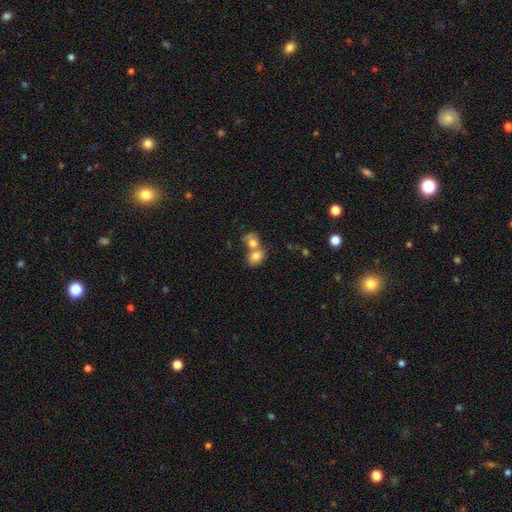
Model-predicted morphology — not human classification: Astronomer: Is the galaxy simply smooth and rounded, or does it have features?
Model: smooth — 76%.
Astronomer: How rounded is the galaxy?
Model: in between — 60% (runner-up: round, 39%).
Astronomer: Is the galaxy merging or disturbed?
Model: merger — 66%.